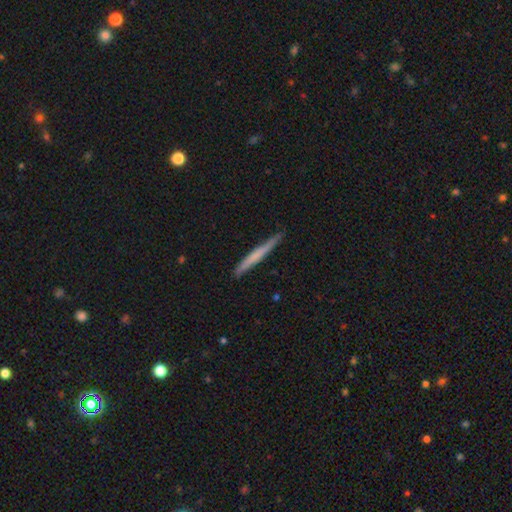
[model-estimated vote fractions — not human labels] The model was most divided on "smooth or featured": smooth: 58%, featured or disk: 37%, star or artifact: 5%. More confident: how rounded — cigar-shaped (97%); merging — none (88%).